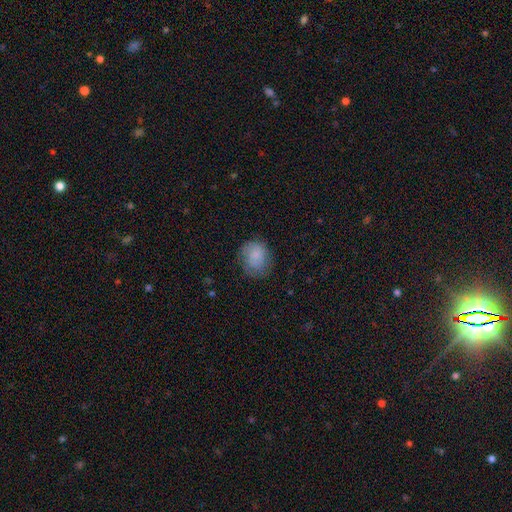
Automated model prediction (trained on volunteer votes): Smooth or featured?
  - smooth: 77% *
  - featured or disk: 15%
  - star or artifact: 8%
How rounded?
  - round: 67% *
  - in between: 32%
  - cigar-shaped: 1%
Merging?
  - none: 64% *
  - minor disturbance: 24%
  - major disturbance: 10%
  - merger: 1%